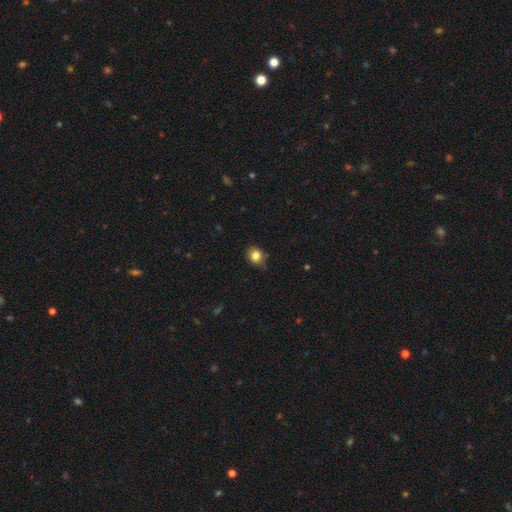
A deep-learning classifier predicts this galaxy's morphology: A smooth galaxy with no disk features (83%) that is round (65%).

Vote fractions:
- Smooth or featured? smooth: 83% / star or artifact: 10% / featured or disk: 7%
- How rounded? round: 65% / in between: 34% / cigar-shaped: 1%
- Merging? none: 75% / minor disturbance: 21% / major disturbance: 3% / merger: 1%